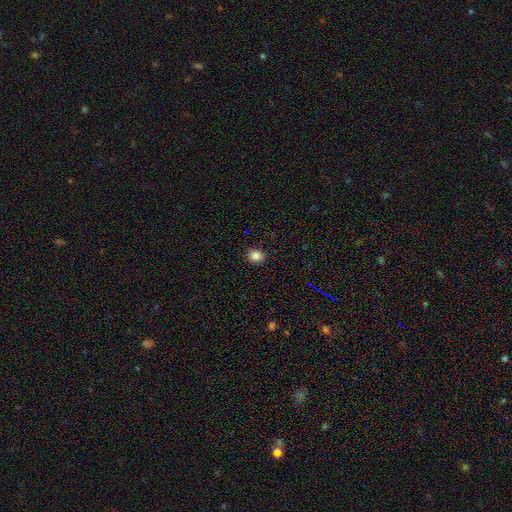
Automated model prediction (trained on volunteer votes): Q: Smooth or featured?
A: smooth (86%); runner-up: star or artifact (10%)
Q: How rounded?
A: round (56%); runner-up: in between (43%)
Q: Merging?
A: none (90%); runner-up: minor disturbance (7%)